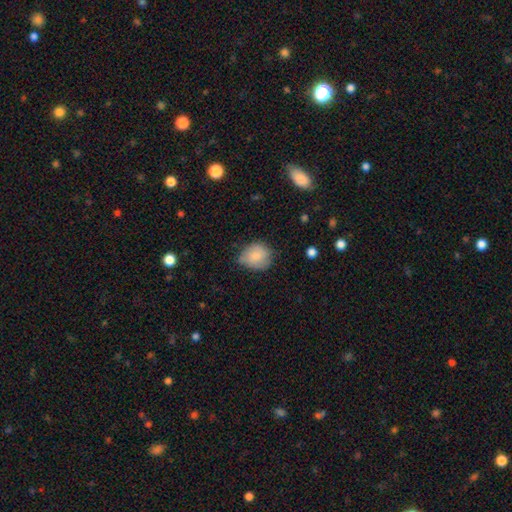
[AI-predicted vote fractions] Overall: smooth (77%). How rounded: round (70%). Merging: none (58%; minor disturbance 33%).